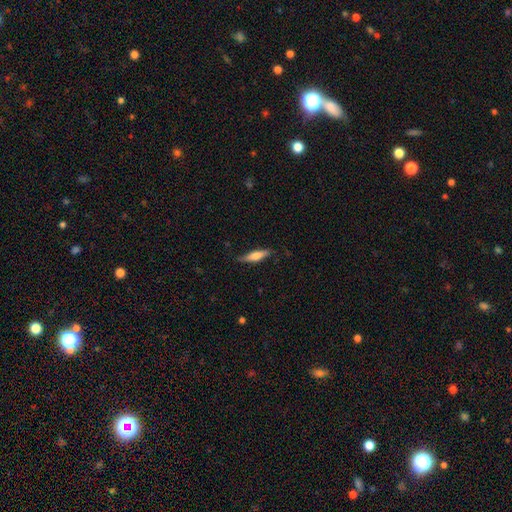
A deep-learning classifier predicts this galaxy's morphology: The model was most divided on "smooth or featured": smooth: 57%, featured or disk: 38%, star or artifact: 5%. More confident: merging — none (80%); how rounded — cigar-shaped (75%).